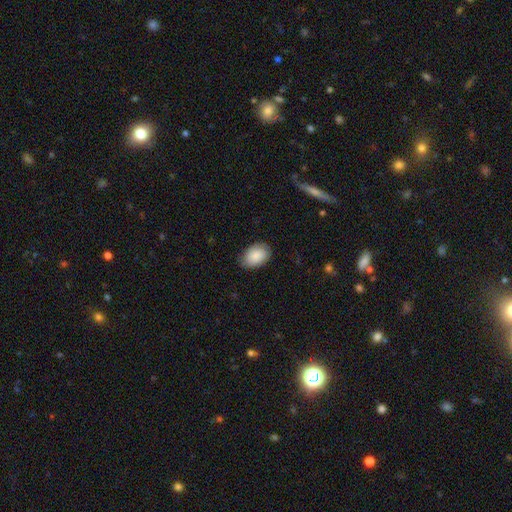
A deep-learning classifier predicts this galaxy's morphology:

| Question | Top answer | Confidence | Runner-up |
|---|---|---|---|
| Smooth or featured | smooth | 87% | featured or disk (7%) |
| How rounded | in between | 86% | round (13%) |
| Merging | none | 79% | minor disturbance (17%) |